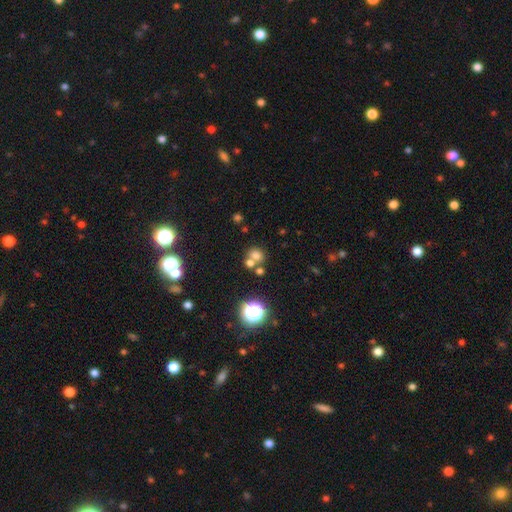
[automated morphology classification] smooth_or_featured: smooth (p=0.67) [alt: star or artifact p=0.22]
how_rounded: round (p=0.73) [alt: in between p=0.25]
merging: none (p=0.50) [alt: merger p=0.38]